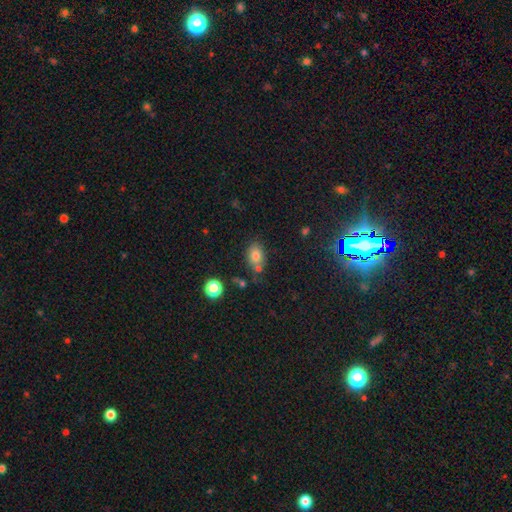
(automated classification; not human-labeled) Overall: smooth (79%). How rounded: in between (78%). Merging: none (66%).